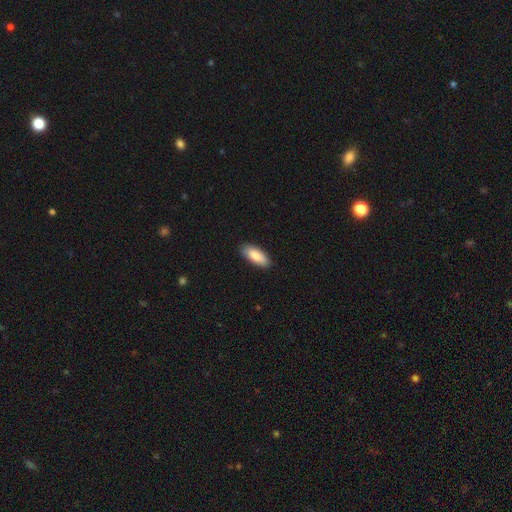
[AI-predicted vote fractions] Q: Smooth or featured?
A: smooth (86%); runner-up: featured or disk (9%)
Q: How rounded?
A: in between (81%); runner-up: cigar-shaped (17%)
Q: Merging?
A: none (88%); runner-up: minor disturbance (9%)